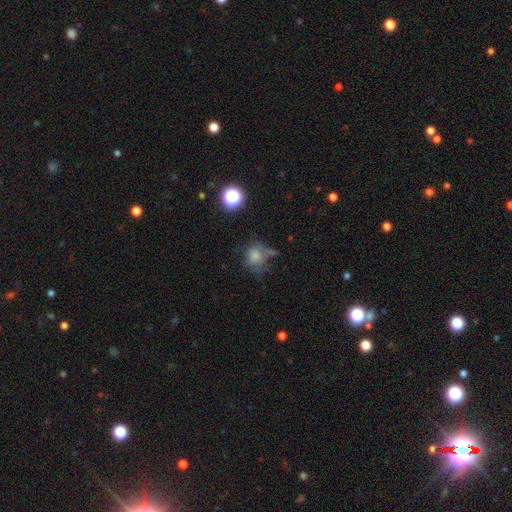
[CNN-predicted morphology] Smooth or featured: smooth — 69% (featured or disk — 16%)
How rounded: round — 73% (in between — 25%)
Merging: none — 42% (minor disturbance — 25%)